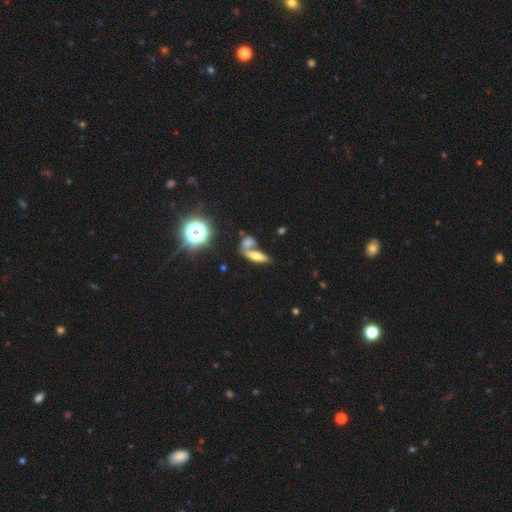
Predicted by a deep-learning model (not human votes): smooth-or-featured: smooth: 56% | featured or disk: 27% | star or artifact: 17%
  how-rounded: in between: 60% | cigar-shaped: 32% | round: 8%
  merging: merger: 55% | none: 29% | minor disturbance: 9% | major disturbance: 7%